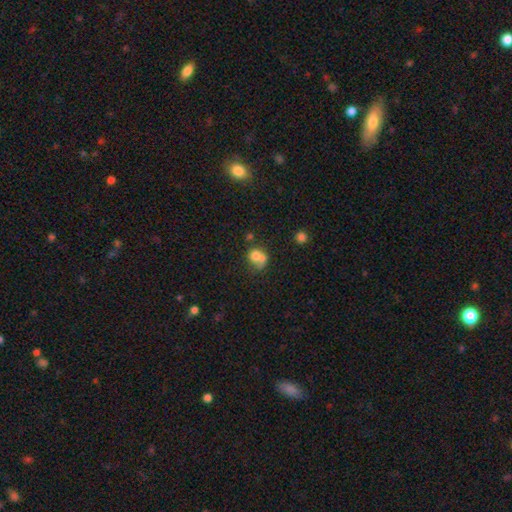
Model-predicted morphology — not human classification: A smooth galaxy with no disk features (68%) that is round (65%).

Vote fractions:
- Smooth or featured? smooth: 68% / featured or disk: 20% / star or artifact: 12%
- How rounded? round: 65% / in between: 34% / cigar-shaped: 1%
- Merging? merger: 56% / none: 27% / minor disturbance: 10% / major disturbance: 7%